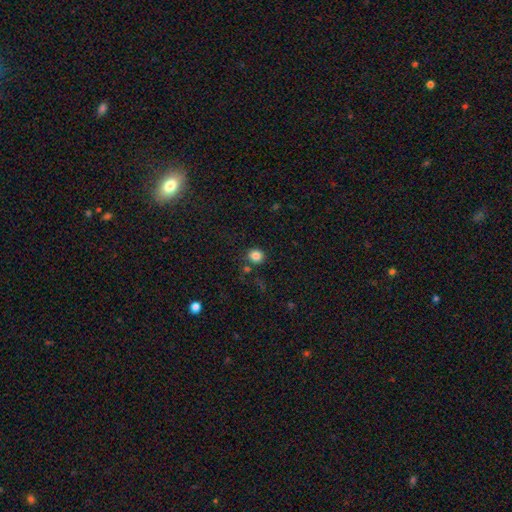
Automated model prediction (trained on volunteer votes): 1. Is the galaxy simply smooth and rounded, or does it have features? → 84% smooth, 11% star or artifact, 5% featured or disk.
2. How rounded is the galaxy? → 88% round, 11% in between, 1% cigar-shaped.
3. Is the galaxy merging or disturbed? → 80% none, 9% minor disturbance, 7% merger, 3% major disturbance.